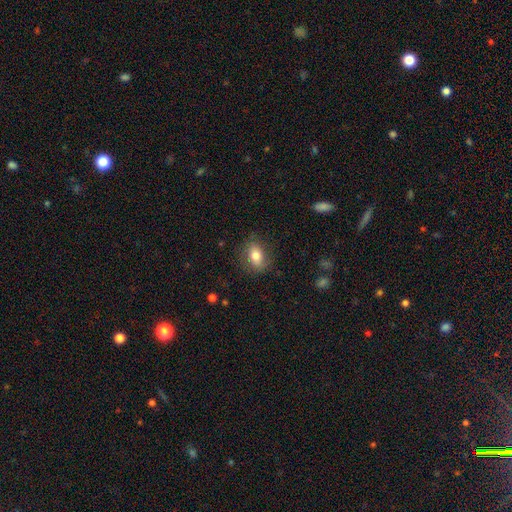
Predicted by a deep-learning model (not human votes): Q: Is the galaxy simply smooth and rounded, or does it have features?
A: smooth — 77%.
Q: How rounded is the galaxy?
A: in between — 81%.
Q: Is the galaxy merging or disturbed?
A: none — 79%.